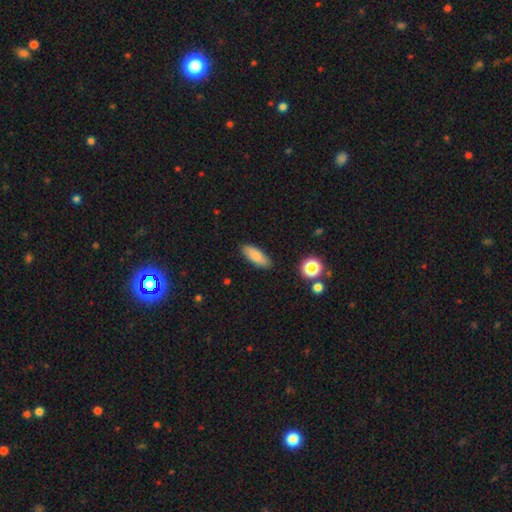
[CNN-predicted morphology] smooth_or_featured: smooth (p=0.83) [alt: featured or disk p=0.09]
how_rounded: in between (p=0.70) [alt: cigar-shaped p=0.28]
merging: none (p=0.87) [alt: minor disturbance p=0.09]